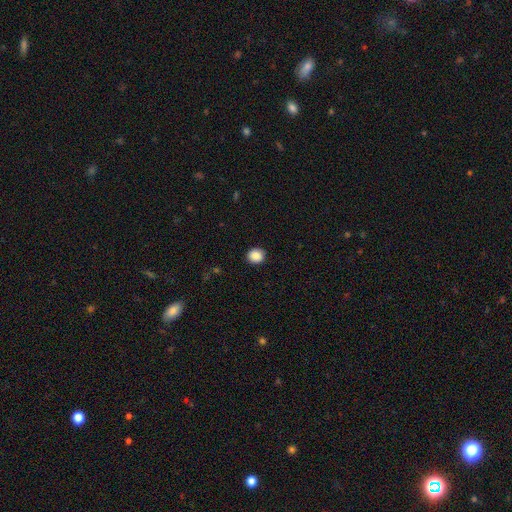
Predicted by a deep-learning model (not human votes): This is clearly a smooth galaxy (88%). How rounded: clearly round (86%). Merging: clearly none (92%).